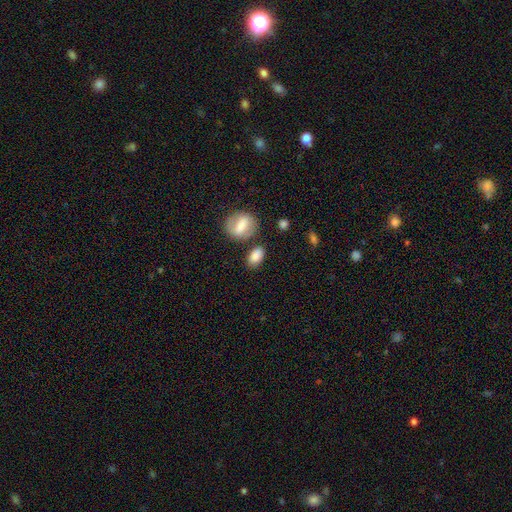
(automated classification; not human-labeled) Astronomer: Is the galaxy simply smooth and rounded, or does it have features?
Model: smooth — 82%.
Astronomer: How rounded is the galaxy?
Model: in between — 84%.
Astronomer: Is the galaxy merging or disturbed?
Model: none — 72%.